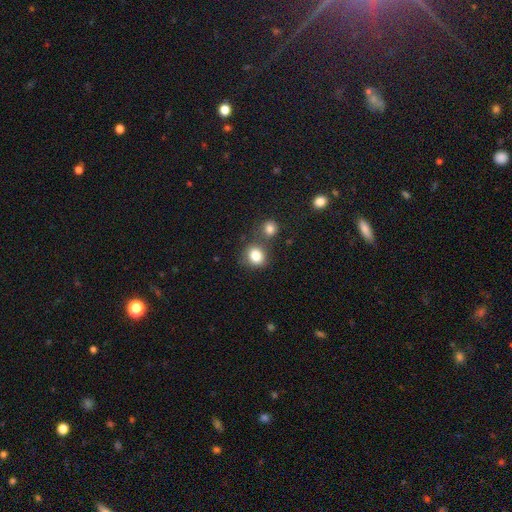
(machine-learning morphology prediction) This is clearly a smooth galaxy (84%). How rounded: likely round (72%). Merging: likely none (63%).